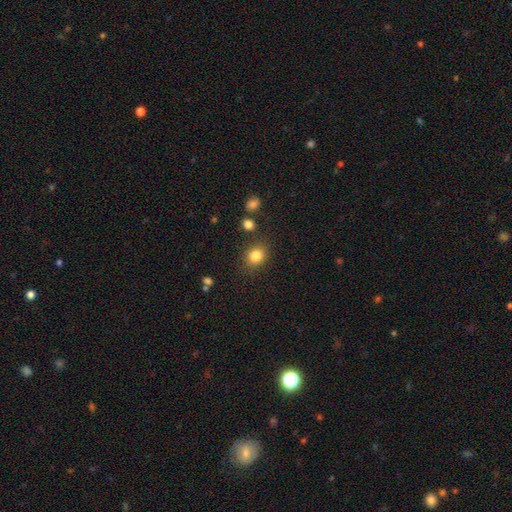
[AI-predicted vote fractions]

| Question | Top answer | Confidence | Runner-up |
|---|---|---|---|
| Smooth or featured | smooth | 83% | star or artifact (11%) |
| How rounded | round | 61% | in between (38%) |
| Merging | none | 81% | minor disturbance (12%) |